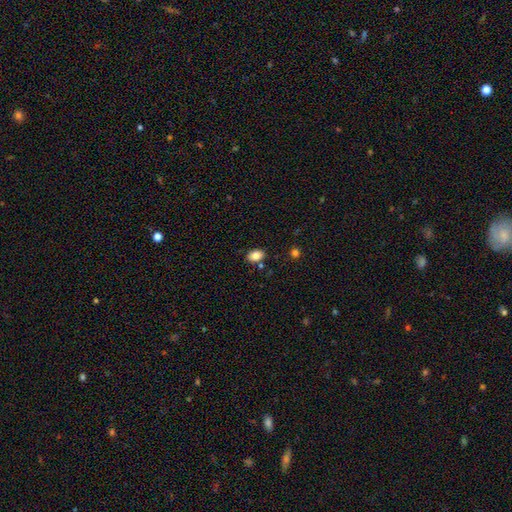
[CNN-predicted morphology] Smooth or featured? smooth (83%)
How rounded? in between (78%)
Merging? none (81%)